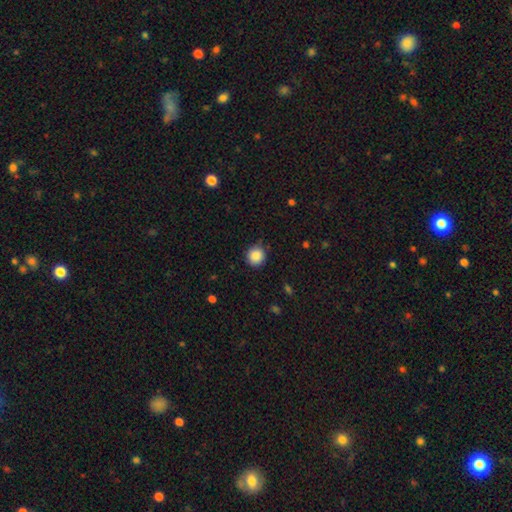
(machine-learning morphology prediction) Smooth or featured? Predicted: smooth (p=0.88). How rounded? Predicted: round (p=0.92). Merging? Predicted: none (p=0.85).